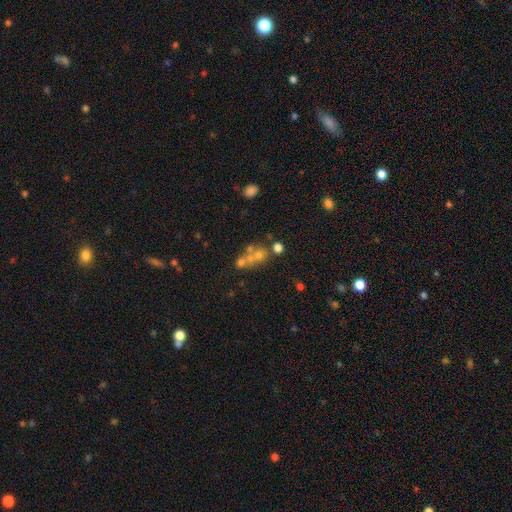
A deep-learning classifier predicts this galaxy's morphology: A smooth galaxy with no disk features (53%) that is round (72%).

Vote fractions:
- Smooth or featured? smooth: 53% / featured or disk: 28% / star or artifact: 19%
- How rounded? round: 72% / in between: 27% / cigar-shaped: 2%
- Merging? merger: 52% / none: 33% / minor disturbance: 8% / major disturbance: 7%